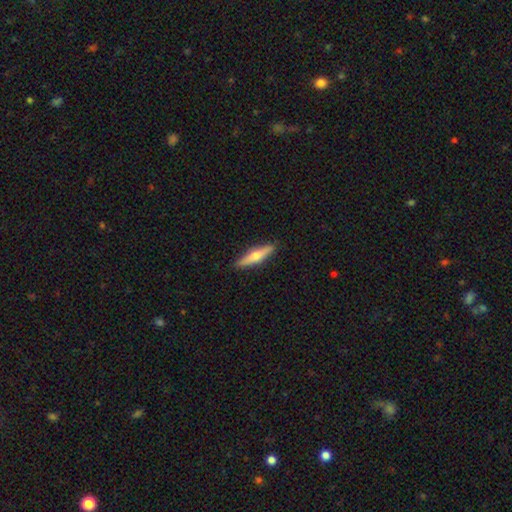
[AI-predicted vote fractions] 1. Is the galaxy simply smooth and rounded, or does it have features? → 49% smooth, 45% featured or disk, 5% star or artifact.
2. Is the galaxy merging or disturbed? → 90% none, 7% minor disturbance, 1% major disturbance, 1% merger.